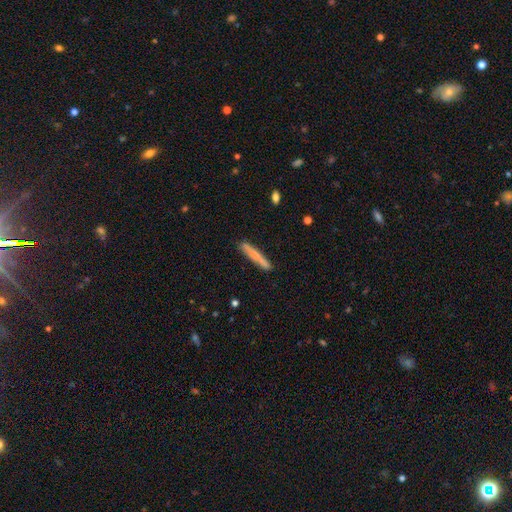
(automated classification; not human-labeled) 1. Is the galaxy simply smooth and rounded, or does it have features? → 68% smooth, 25% featured or disk, 6% star or artifact.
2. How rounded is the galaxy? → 94% cigar-shaped, 4% in between, 1% round.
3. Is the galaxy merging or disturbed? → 86% none, 11% minor disturbance, 2% major disturbance, 2% merger.